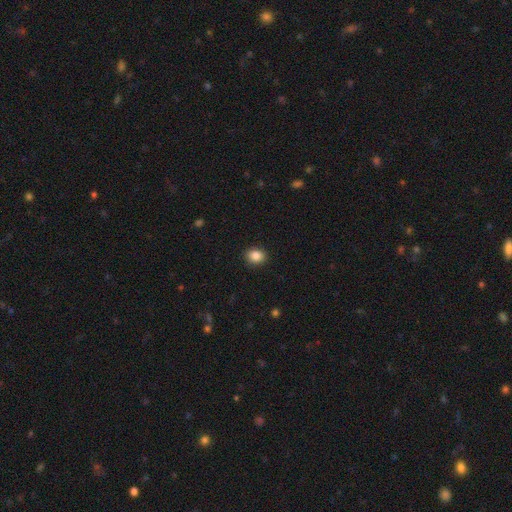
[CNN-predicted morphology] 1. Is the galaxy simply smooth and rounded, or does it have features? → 86% smooth, 9% star or artifact, 4% featured or disk.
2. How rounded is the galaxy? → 55% round, 44% in between, 1% cigar-shaped.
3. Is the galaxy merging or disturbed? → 90% none, 7% minor disturbance, 2% major disturbance, 1% merger.